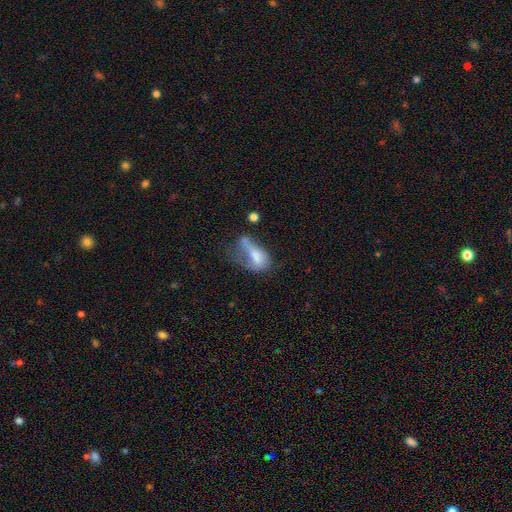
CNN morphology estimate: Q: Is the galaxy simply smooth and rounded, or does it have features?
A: smooth — 62%.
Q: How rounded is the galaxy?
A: in between — 83%.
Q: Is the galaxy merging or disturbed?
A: major disturbance — 48%.